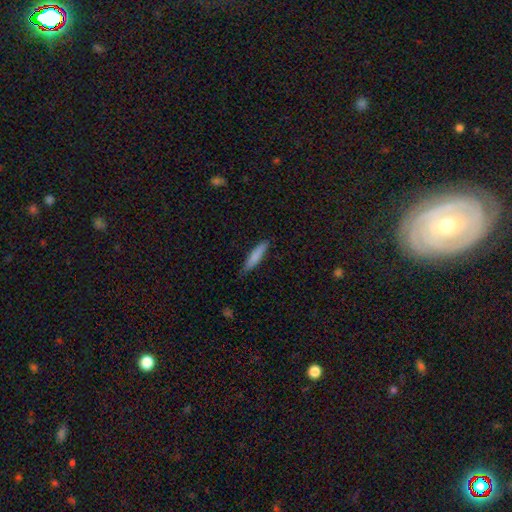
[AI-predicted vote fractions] smooth_or_featured: smooth (p=0.82) [alt: featured or disk p=0.13]
how_rounded: cigar-shaped (p=0.83) [alt: in between p=0.16]
merging: none (p=0.81) [alt: minor disturbance p=0.16]